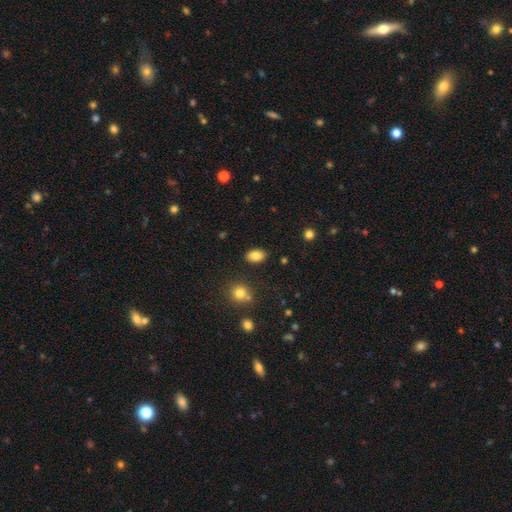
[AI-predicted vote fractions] Smooth or featured? smooth (85%)
How rounded? in between (85%)
Merging? none (86%)